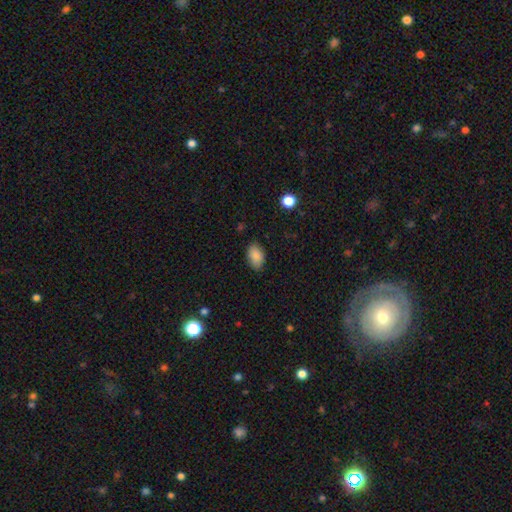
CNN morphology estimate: smooth_or_featured: smooth (p=0.87) [alt: star or artifact p=0.08]
how_rounded: in between (p=0.90) [alt: round p=0.08]
merging: none (p=0.83) [alt: minor disturbance p=0.13]